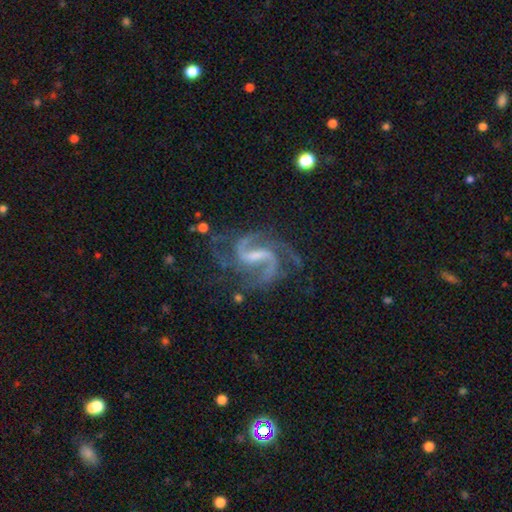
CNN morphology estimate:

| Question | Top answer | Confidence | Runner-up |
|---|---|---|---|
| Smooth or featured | featured or disk | 92% | star or artifact (5%) |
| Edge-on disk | no | 98% | yes (2%) |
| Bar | strong | 45% | weak (44%) |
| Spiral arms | yes | 98% | no (2%) |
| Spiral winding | medium | 58% | loose (28%) |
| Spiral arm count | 2 | 74% | 3 (12%) |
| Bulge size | small | 45% | none (29%) |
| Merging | none | 64% | minor disturbance (18%) |